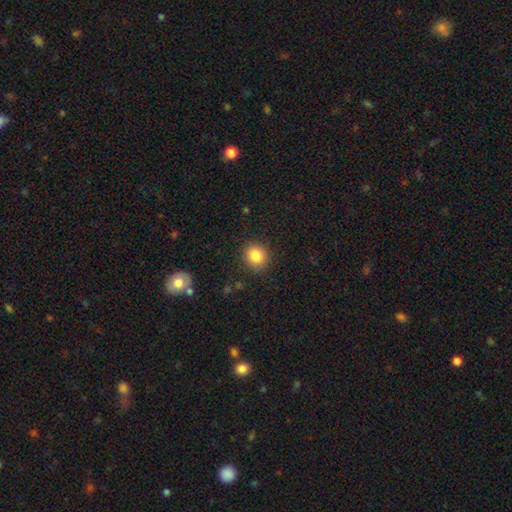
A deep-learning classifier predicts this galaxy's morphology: smooth_or_featured: smooth (p=0.85) [alt: star or artifact p=0.10]
how_rounded: round (p=0.84) [alt: in between p=0.15]
merging: none (p=0.87) [alt: minor disturbance p=0.09]